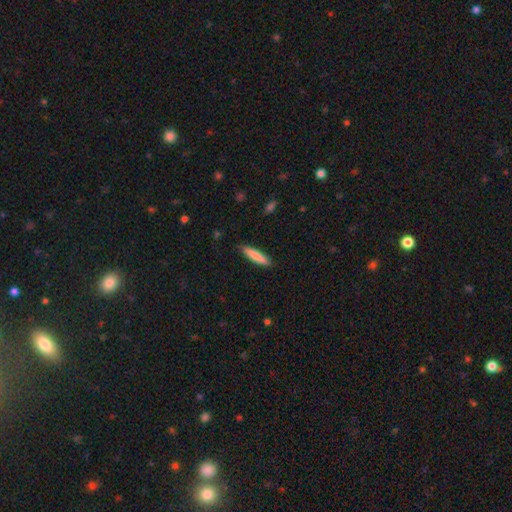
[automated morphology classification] smooth 80%, featured or disk 15%, star or artifact 5%. Down the decision tree: how rounded — cigar-shaped (86%); merging — none (88%).